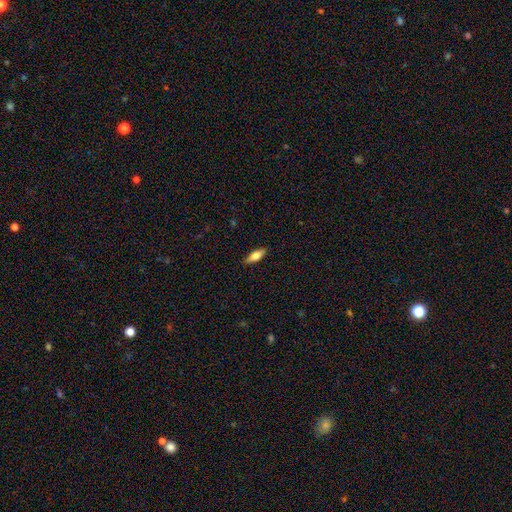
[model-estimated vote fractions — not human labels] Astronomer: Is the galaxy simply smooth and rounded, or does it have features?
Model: smooth — 67%.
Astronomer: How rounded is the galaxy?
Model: in between — 66%.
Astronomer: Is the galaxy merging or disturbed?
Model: none — 86%.